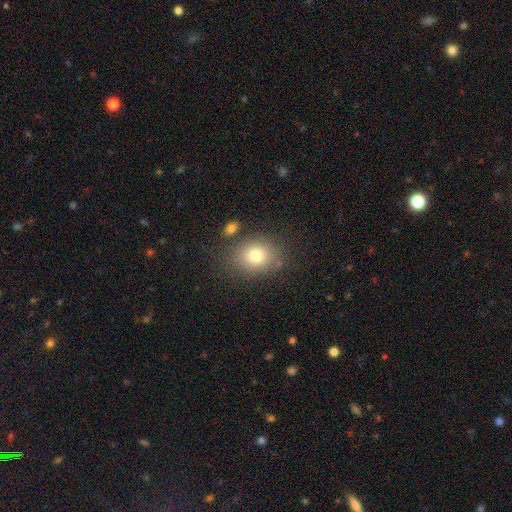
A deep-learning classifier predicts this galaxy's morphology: smooth 77%, star or artifact 11%, featured or disk 11%. Down the decision tree: how rounded — round (56%); merging — none (77%).